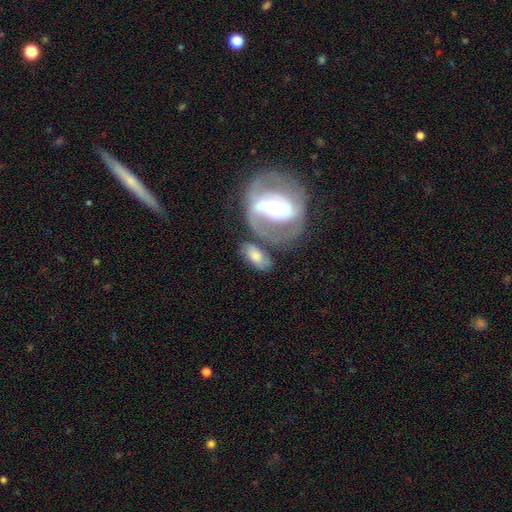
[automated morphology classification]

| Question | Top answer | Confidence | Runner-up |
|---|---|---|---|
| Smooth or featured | smooth | 53% | featured or disk (40%) |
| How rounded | in between | 87% | round (7%) |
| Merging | none | 45% | merger (26%) |